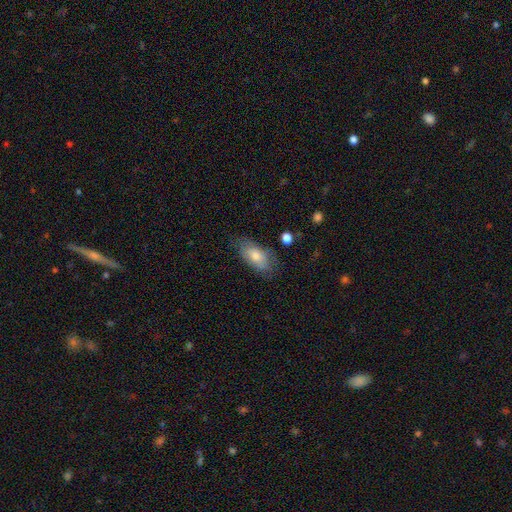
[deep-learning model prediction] smooth_or_featured: smooth (p=0.71) [alt: featured or disk p=0.22]
how_rounded: in between (p=0.88) [alt: cigar-shaped p=0.09]
merging: none (p=0.71) [alt: minor disturbance p=0.21]